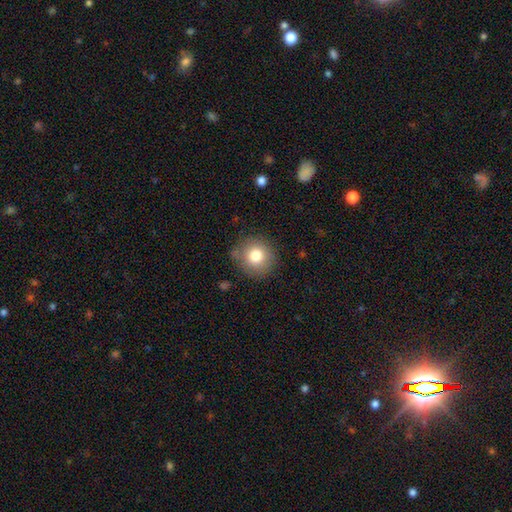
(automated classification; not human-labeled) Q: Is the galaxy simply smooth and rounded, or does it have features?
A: smooth — 80%.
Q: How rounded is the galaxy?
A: round — 92%.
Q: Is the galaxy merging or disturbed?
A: none — 83%.